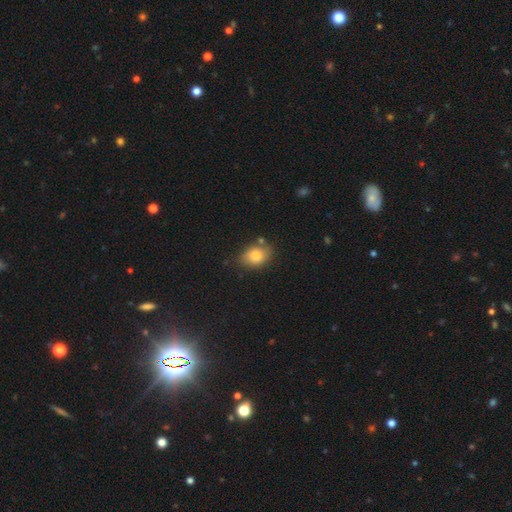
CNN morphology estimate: Q: Smooth or featured?
A: smooth (82%); runner-up: featured or disk (10%)
Q: How rounded?
A: in between (72%); runner-up: round (26%)
Q: Merging?
A: none (68%); runner-up: minor disturbance (20%)